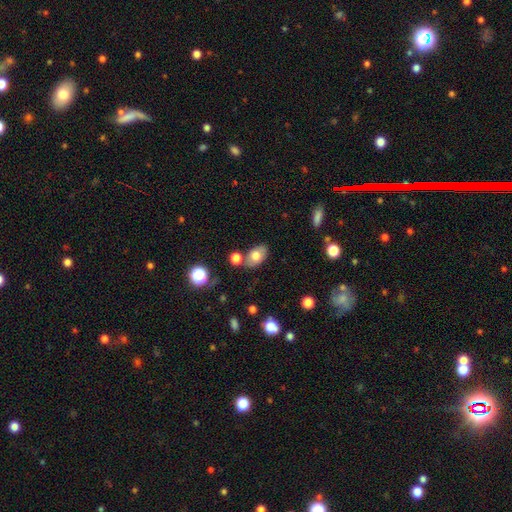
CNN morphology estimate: The model was most divided on "smooth or featured": smooth: 72%, featured or disk: 19%, star or artifact: 9%. More confident: how rounded — in between (86%); merging — none (70%).